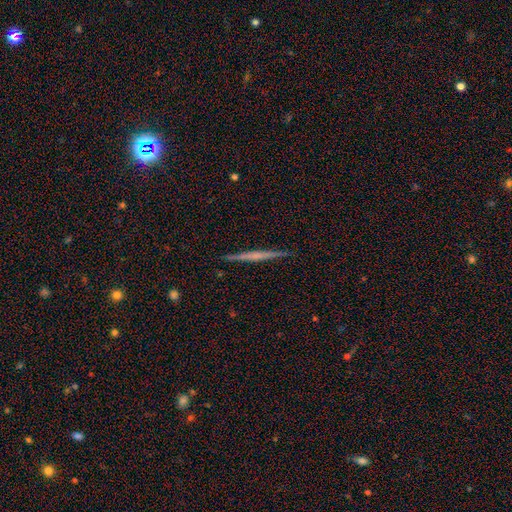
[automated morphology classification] This appears to be a featured or disk galaxy (60%) viewed edge-on (98%) with no central bulge (74%). Merging: none (92%).